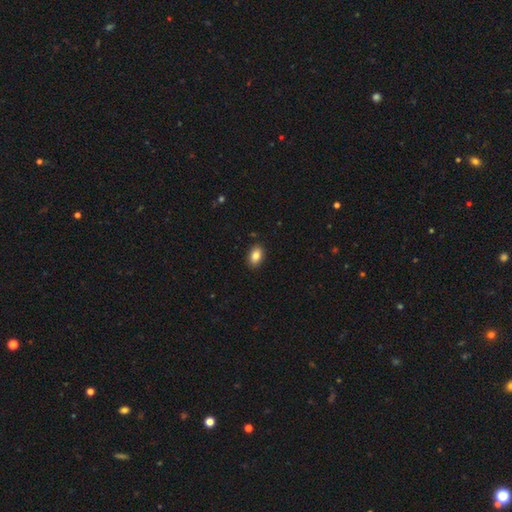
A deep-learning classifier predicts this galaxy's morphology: type=smooth (84%); roundness=in between (87%); merging=none (89%).